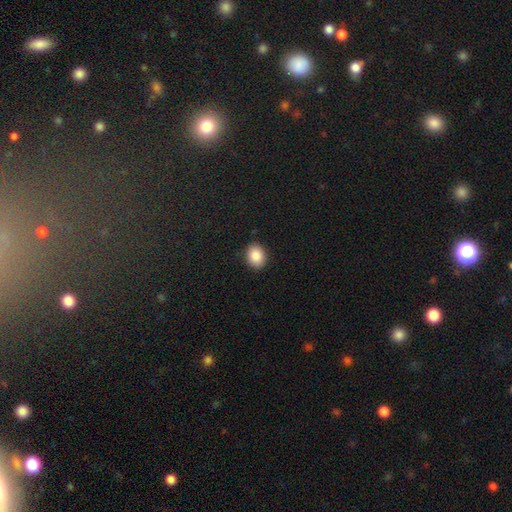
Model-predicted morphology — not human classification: The model was most divided on "how rounded": in between: 56%, round: 43%, cigar-shaped: 1%. More confident: merging — none (89%); smooth or featured — smooth (87%).